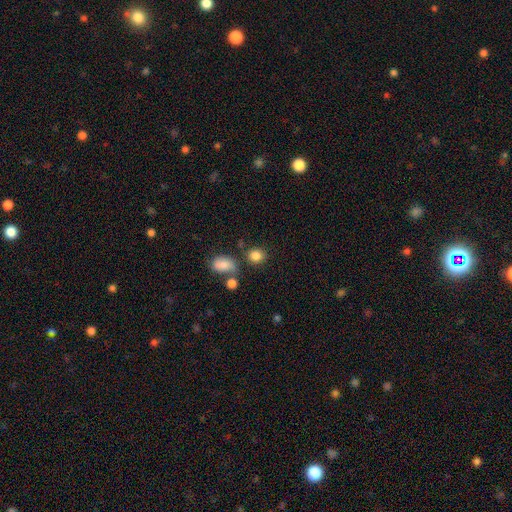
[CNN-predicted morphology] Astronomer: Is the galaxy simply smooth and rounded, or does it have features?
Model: smooth — 84%.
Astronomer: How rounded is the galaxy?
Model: round — 78%.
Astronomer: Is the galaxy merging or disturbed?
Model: none — 73%.